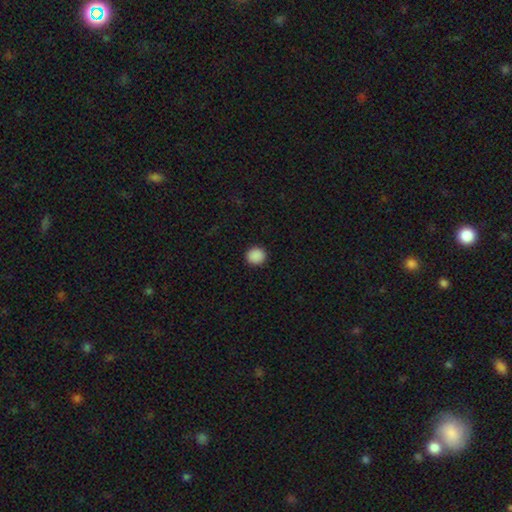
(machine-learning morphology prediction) A smooth galaxy with no disk features (89%) that is round (89%).

Vote fractions:
- Smooth or featured? smooth: 89% / star or artifact: 9% / featured or disk: 2%
- How rounded? round: 89% / in between: 10% / cigar-shaped: 1%
- Merging? none: 92% / minor disturbance: 5% / major disturbance: 2% / merger: 1%